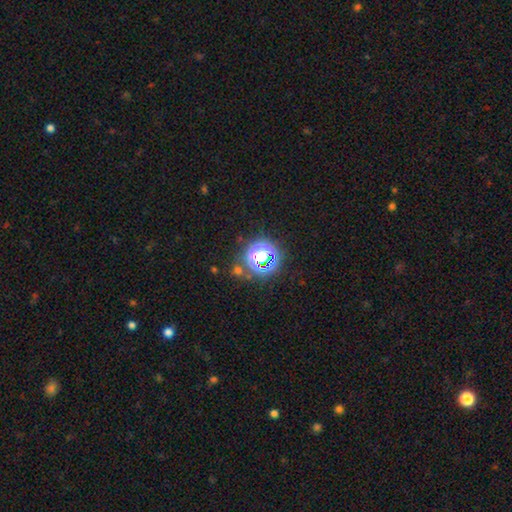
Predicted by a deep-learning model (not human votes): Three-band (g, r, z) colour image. It shows a star or artifact, not a galaxy (56%).